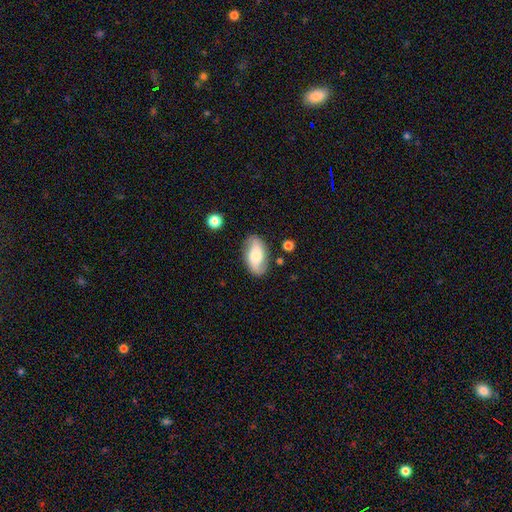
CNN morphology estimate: Smooth or featured: featured or disk — 50% (smooth — 42%)
Edge-on disk: no — 93% (yes — 7%)
Merging: none — 79% (minor disturbance — 15%)